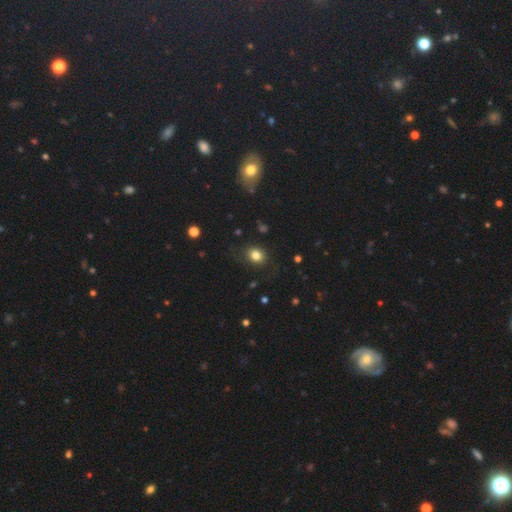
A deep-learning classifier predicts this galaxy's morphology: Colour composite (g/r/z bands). It shows a smooth galaxy with no disk features (80%) that is round (60%). Merging: none (76%).